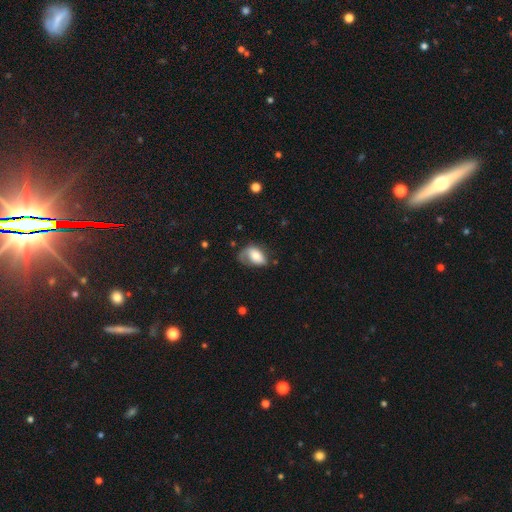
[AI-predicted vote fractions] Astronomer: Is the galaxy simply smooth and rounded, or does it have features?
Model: smooth — 57% (runner-up: featured or disk, 35%).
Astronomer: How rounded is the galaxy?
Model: in between — 88%.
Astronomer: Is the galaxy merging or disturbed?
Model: none — 38% (runner-up: minor disturbance, 30%).